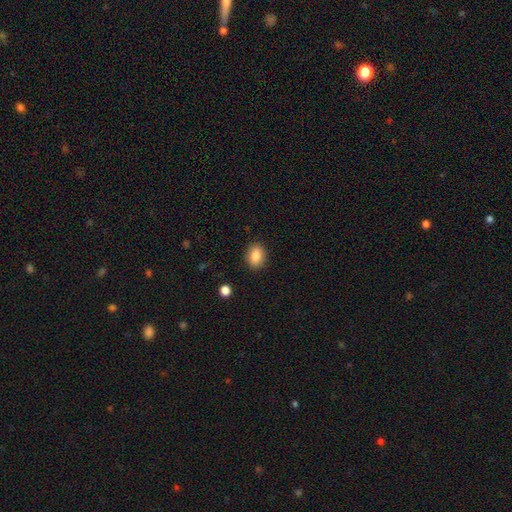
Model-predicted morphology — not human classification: A smooth galaxy with no disk features (85%) that is in between round and cigar-shaped (71%). Merging: none (89%).